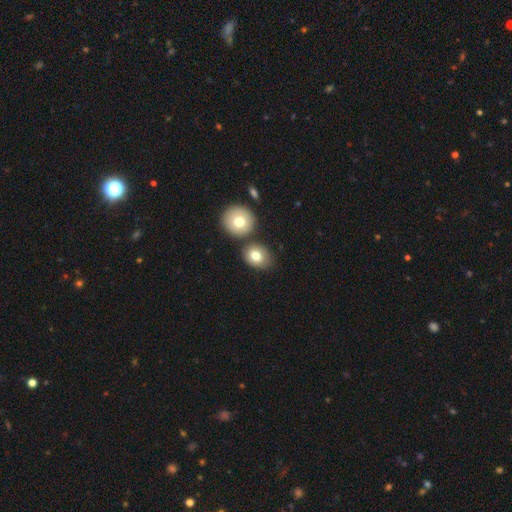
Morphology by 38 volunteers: type=smooth (66%); roundness=in between (56%); merging=none (68%).